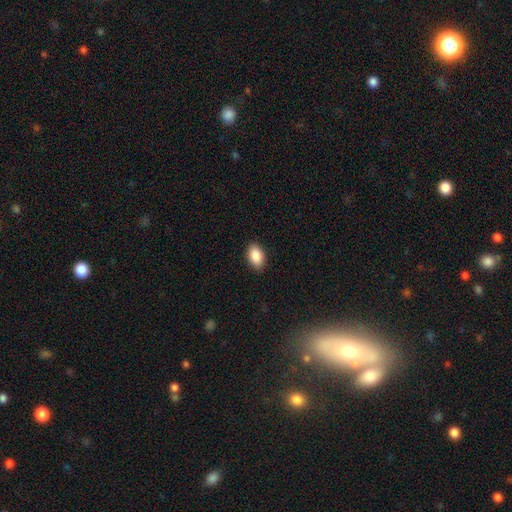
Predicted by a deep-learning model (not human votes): Overall: smooth (89%). How rounded: in between (91%). Merging: none (89%).